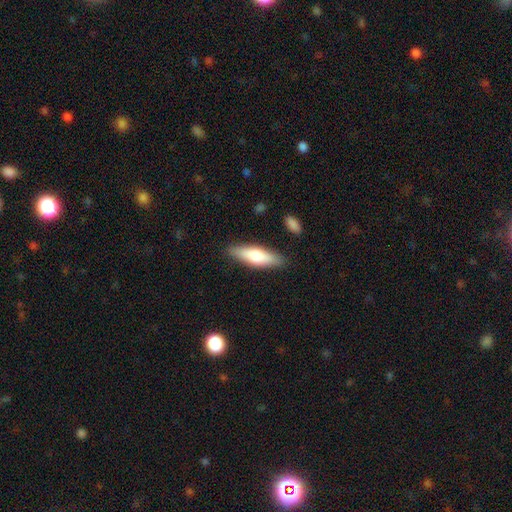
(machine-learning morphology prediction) Smooth or featured? smooth (69%)
How rounded? cigar-shaped (56%)
Merging? none (84%)